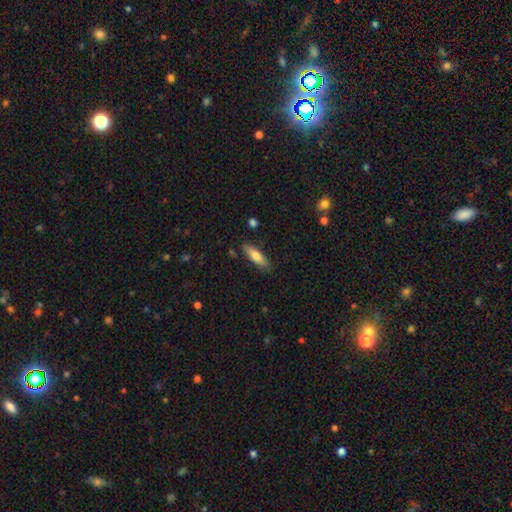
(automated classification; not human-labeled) smooth-or-featured: smooth: 72% | featured or disk: 22% | star or artifact: 6%
  how-rounded: cigar-shaped: 54% | in between: 44% | round: 2%
  merging: none: 85% | minor disturbance: 11% | major disturbance: 2% | merger: 2%